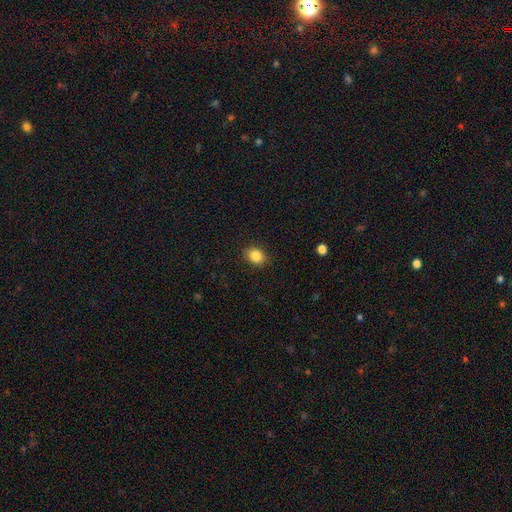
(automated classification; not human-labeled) The model was most divided on "how rounded": in between: 52%, round: 47%, cigar-shaped: 1%. More confident: merging — none (89%); smooth or featured — smooth (86%).